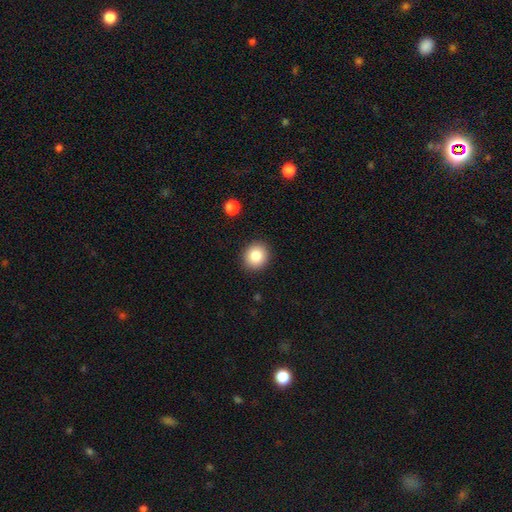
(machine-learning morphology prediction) Overall: smooth (82%). How rounded: round (81%). Merging: none (91%).